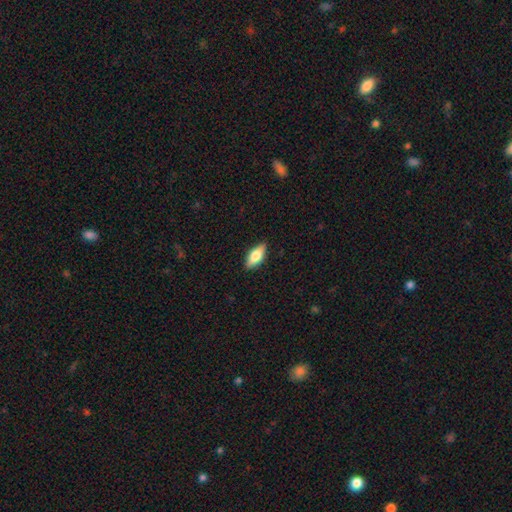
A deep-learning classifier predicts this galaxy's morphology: Smooth or featured?
  - smooth: 64% *
  - featured or disk: 29%
  - star or artifact: 7%
How rounded?
  - in between: 75% *
  - cigar-shaped: 22%
  - round: 3%
Merging?
  - none: 87% *
  - minor disturbance: 10%
  - major disturbance: 2%
  - merger: 1%